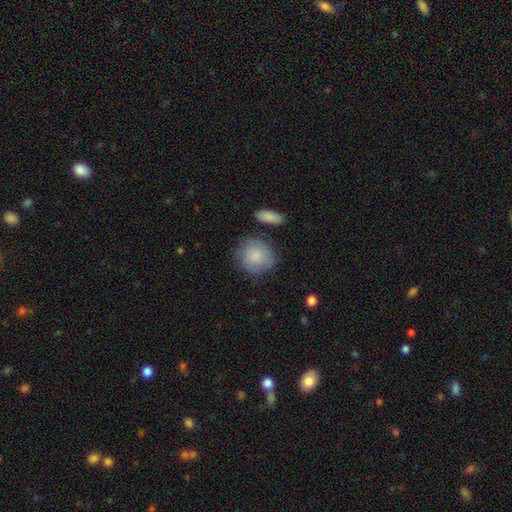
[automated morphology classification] This appears to be a smooth galaxy with no disk features (84%) that is round (84%). Merging: none (70%).